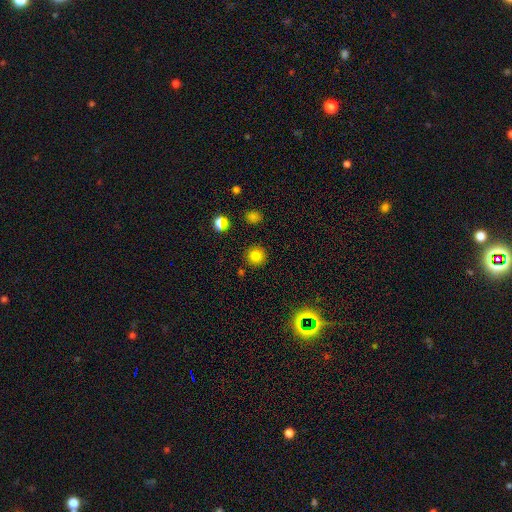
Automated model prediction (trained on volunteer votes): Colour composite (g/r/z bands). It shows a smooth galaxy with no disk features (80%) that is round (94%). Merging: none (90%).